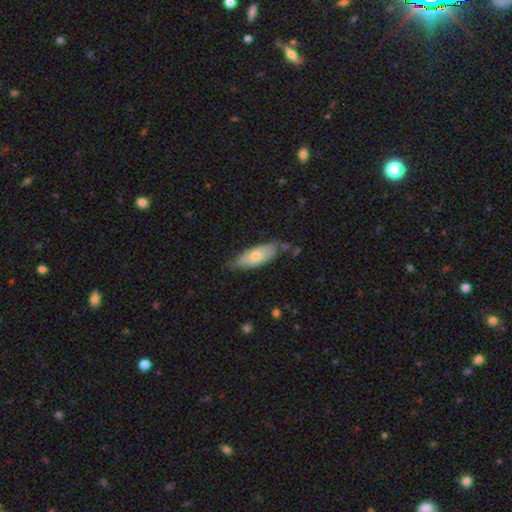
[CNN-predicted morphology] type=smooth (61%); roundness=in between (71%); merging=none (64%).